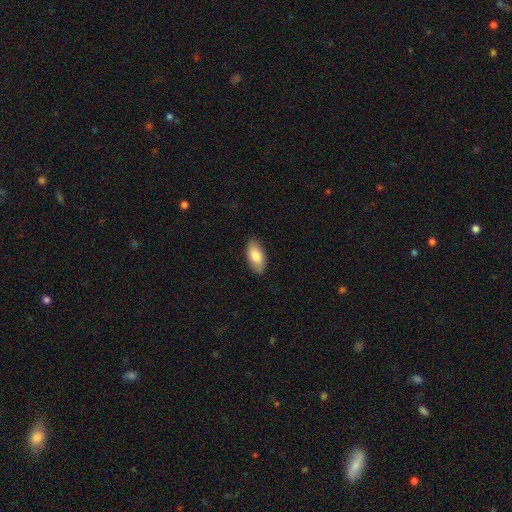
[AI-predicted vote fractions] Smooth or featured: smooth — 83% (featured or disk — 11%)
How rounded: in between — 93% (cigar-shaped — 4%)
Merging: none — 85% (minor disturbance — 12%)